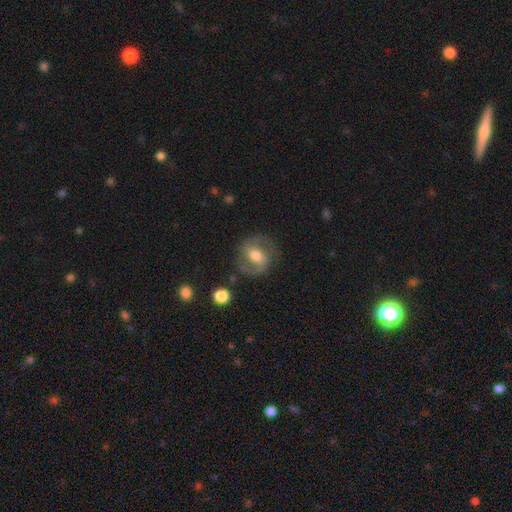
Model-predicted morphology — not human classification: featured or disk 68%, smooth 24%, star or artifact 7%. Down the decision tree: edge-on disk — no (97%); bar — weak (45%); spiral arms — yes (85%); spiral arm count — 2 (89%); spiral winding — medium (54%); bulge size — moderate (68%); merging — none (78%).